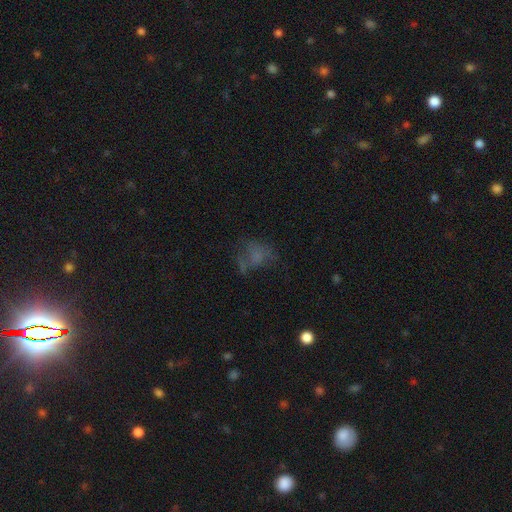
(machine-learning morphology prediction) smooth 48%, featured or disk 28%, star or artifact 23%. Down the decision tree: merging — none (42%).